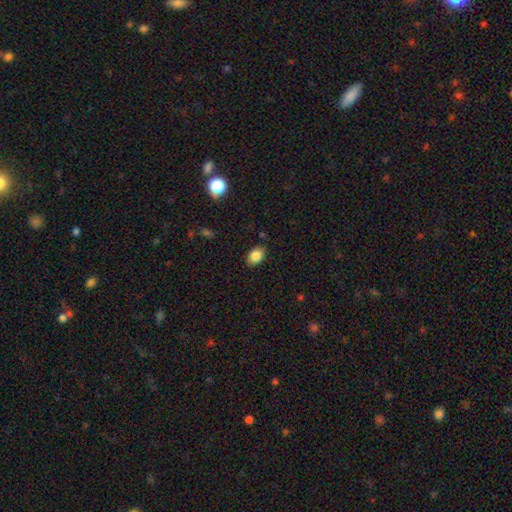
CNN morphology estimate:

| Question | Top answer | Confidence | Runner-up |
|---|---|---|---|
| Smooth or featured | smooth | 85% | star or artifact (9%) |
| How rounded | in between | 81% | round (18%) |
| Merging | none | 85% | minor disturbance (11%) |